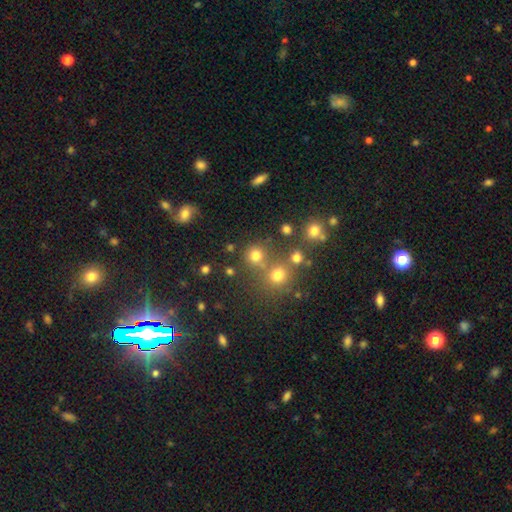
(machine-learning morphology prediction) Smooth or featured? smooth (76%)
How rounded? round (89%)
Merging? none (68%)